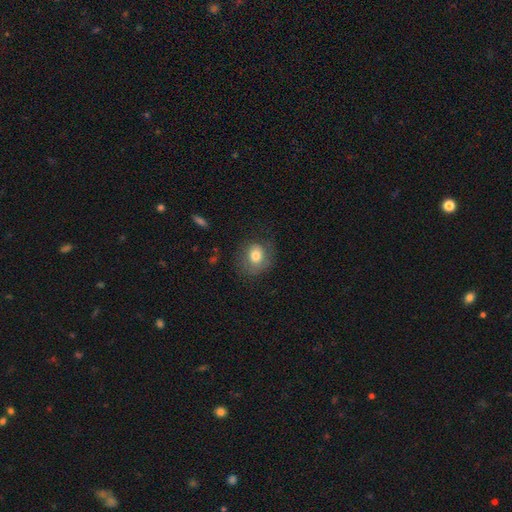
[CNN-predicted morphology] type=smooth (73%); roundness=round (61%); merging=none (63%).